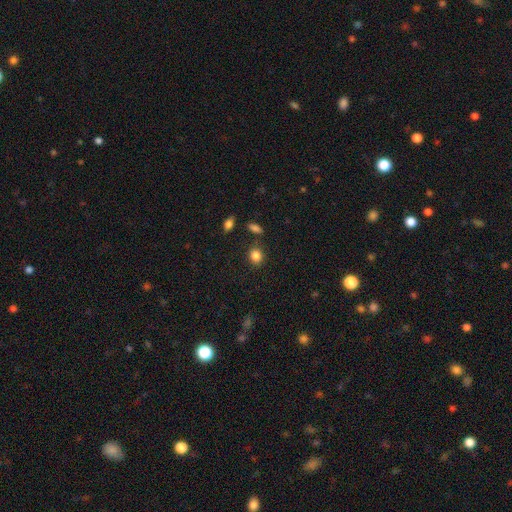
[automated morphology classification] smooth_or_featured: smooth (p=0.85) [alt: star or artifact p=0.10]
how_rounded: round (p=0.67) [alt: in between p=0.31]
merging: none (p=0.81) [alt: minor disturbance p=0.11]